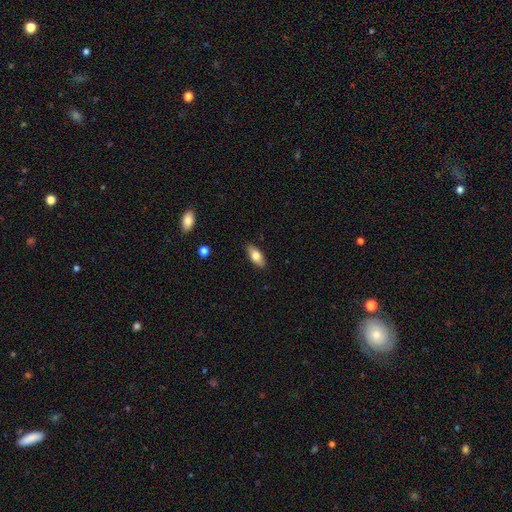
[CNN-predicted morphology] This appears to be a smooth galaxy with no disk features (75%) that is in between round and cigar-shaped (84%). Merging: none (87%).